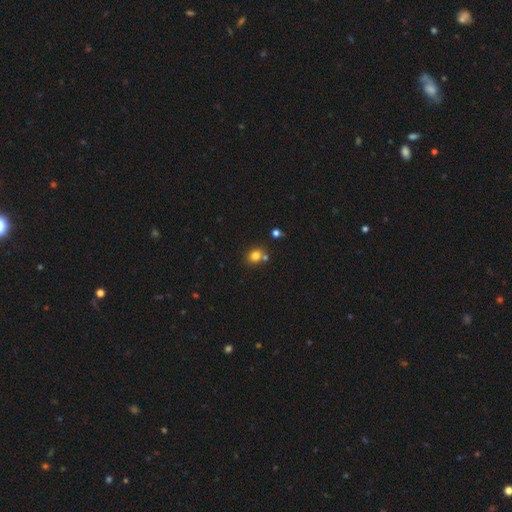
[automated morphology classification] type=smooth (79%); roundness=round (67%); merging=none (66%).